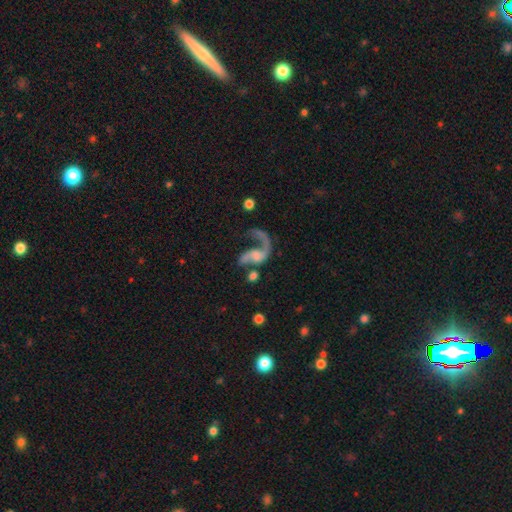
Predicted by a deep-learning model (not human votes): smooth-or-featured: featured or disk: 79% | smooth: 13% | star or artifact: 9%
  disk-edge-on: no: 97% | yes: 3%
    bar: no: 61% | weak: 29% | strong: 9%
    has-spiral-arms: yes: 87% | no: 13%
      spiral-winding: loose: 81% | medium: 16% | tight: 3%
      spiral-arm-count: 2: 53% | 1: 42% | can't tell: 2% | 3: 1% | 4: 1% | more than 4: 1%
    bulge-size: small: 39% | none: 30% | moderate: 23% | large: 5% | dominant: 2%
  merging: major disturbance: 39% | none: 31% | merger: 17% | minor disturbance: 13%